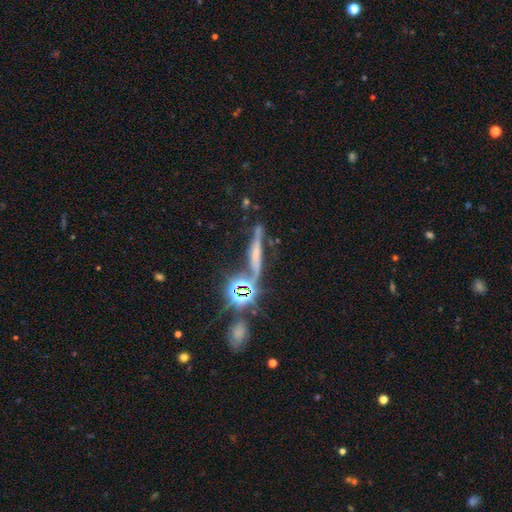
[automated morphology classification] This is marginally a featured or disk galaxy (41%). Merging: possibly none (57%).